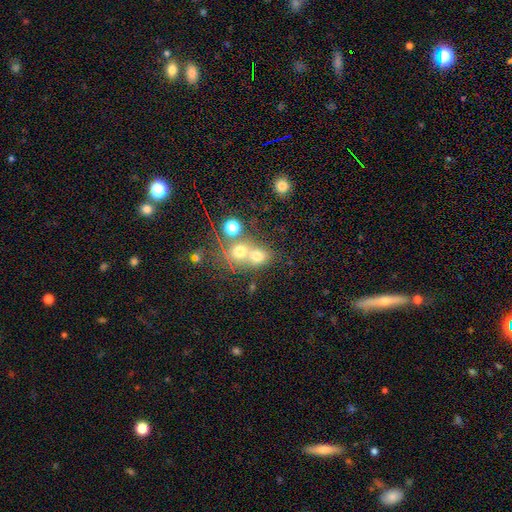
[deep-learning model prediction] A smooth galaxy with no disk features (65%) that is round (69%). Merging: merger (59%).